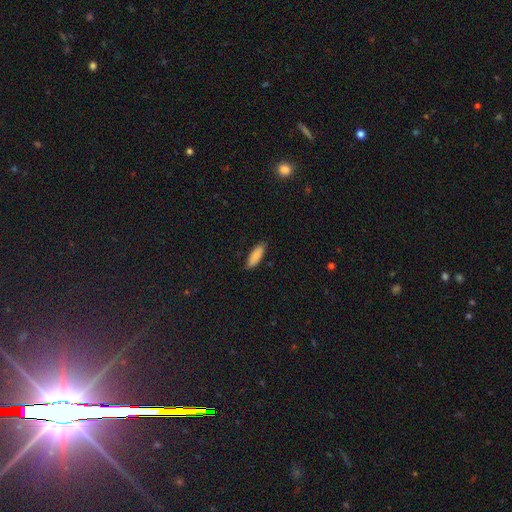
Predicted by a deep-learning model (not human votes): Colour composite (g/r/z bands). It shows a smooth galaxy with no disk features (87%) that is in between round and cigar-shaped (60%). Merging: none (86%).